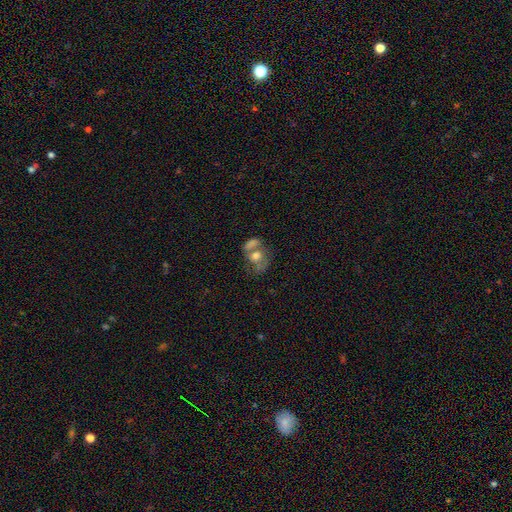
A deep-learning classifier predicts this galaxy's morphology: The model was most divided on "smooth or featured": smooth: 48%, featured or disk: 40%, star or artifact: 12%. Remaining: merging — merger (45%).